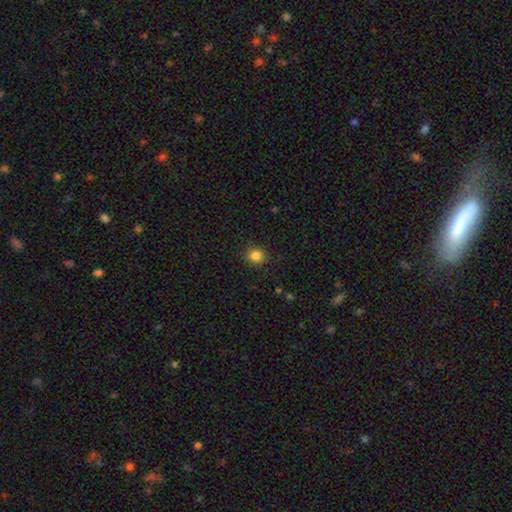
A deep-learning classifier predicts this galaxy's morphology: Overall: smooth (85%). How rounded: round (89%). Merging: none (89%).